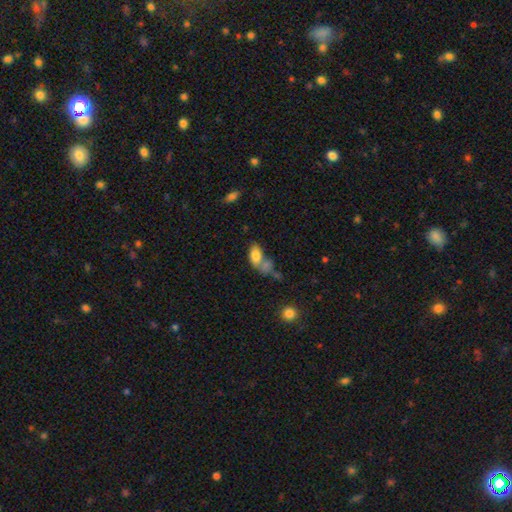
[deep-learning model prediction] smooth_or_featured: smooth (p=0.78) [alt: featured or disk p=0.13]
how_rounded: in between (p=0.90) [alt: round p=0.07]
merging: merger (p=0.44) [alt: none p=0.31]